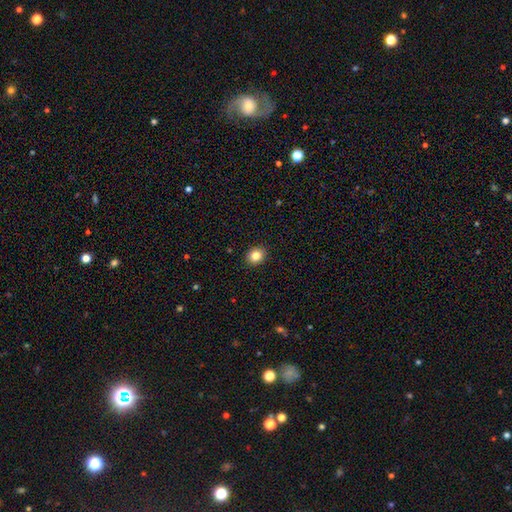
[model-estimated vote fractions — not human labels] A smooth galaxy with no disk features (83%) that is round (61%).

Vote fractions:
- Smooth or featured? smooth: 83% / star or artifact: 10% / featured or disk: 6%
- How rounded? round: 61% / in between: 38% / cigar-shaped: 1%
- Merging? none: 91% / minor disturbance: 6% / major disturbance: 2% / merger: 1%